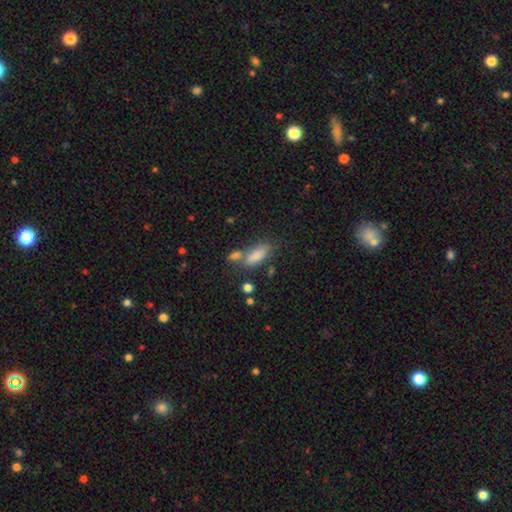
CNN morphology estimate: This appears to be a smooth galaxy with no disk features (83%) that is in between round and cigar-shaped (74%). Merging: none (52%).